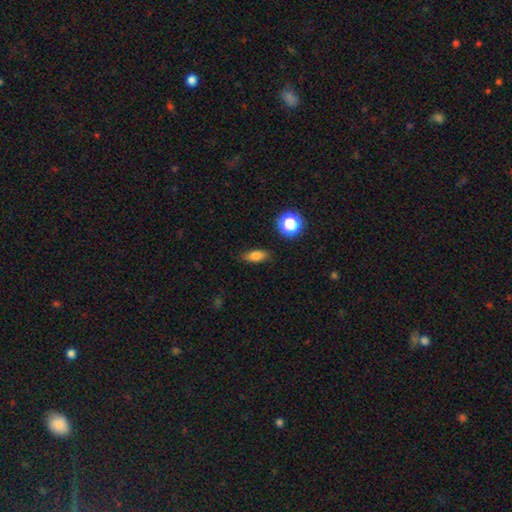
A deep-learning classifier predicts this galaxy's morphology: Smooth or featured? smooth (79%)
How rounded? in between (74%)
Merging? none (83%)